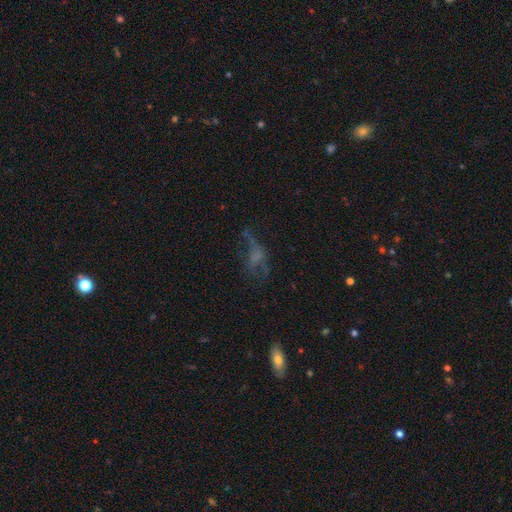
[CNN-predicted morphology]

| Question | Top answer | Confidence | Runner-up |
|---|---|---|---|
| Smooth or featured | featured or disk | 42% | smooth (31%) |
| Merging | major disturbance | 41% | none (37%) |